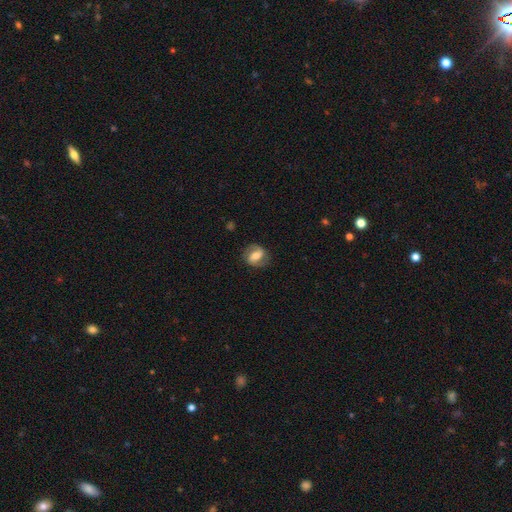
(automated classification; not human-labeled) A featured or disk galaxy (60%) with a weak bar (42%), spiral arms (84%) and a moderate central bulge (58%).

Vote fractions:
- Smooth or featured? featured or disk: 60% / smooth: 33% / star or artifact: 7%
- Edge-on disk? no: 96% / yes: 4%
- Bar? weak: 42% / strong: 34% / no: 24%
- Spiral arms? yes: 84% / no: 16%
- Bulge size? moderate: 58% / small: 20% / large: 16% / none: 3% / dominant: 2%
- Merging? none: 81% / minor disturbance: 13% / major disturbance: 5% / merger: 1%